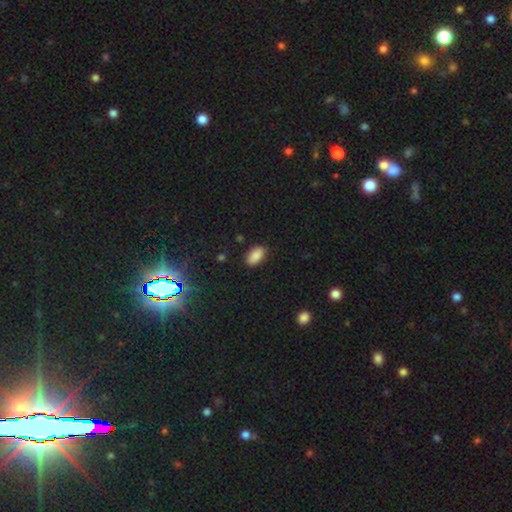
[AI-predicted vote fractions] Overall: smooth (85%). How rounded: in between (93%). Merging: none (85%).